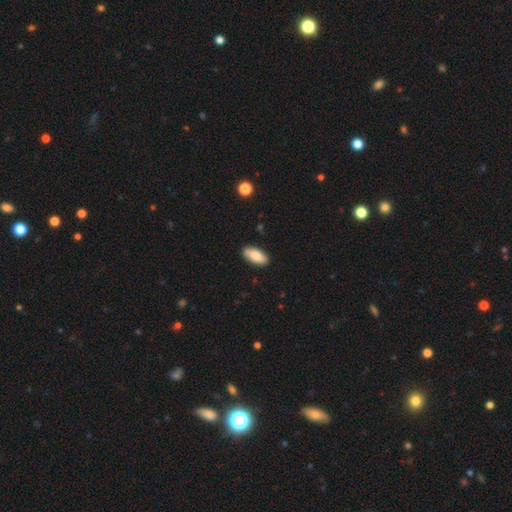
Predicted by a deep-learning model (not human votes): A smooth galaxy with no disk features (84%) that is in between round and cigar-shaped (88%). Merging: none (89%).